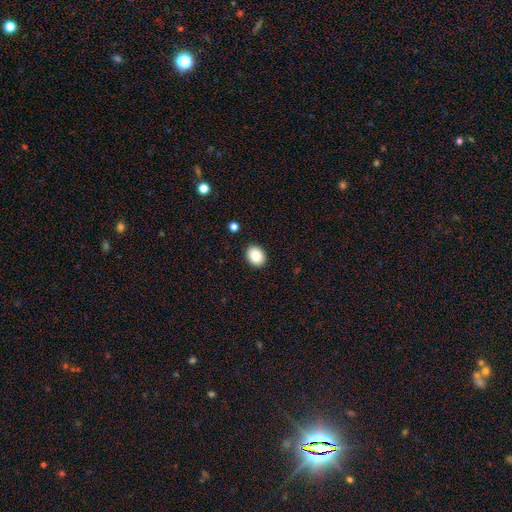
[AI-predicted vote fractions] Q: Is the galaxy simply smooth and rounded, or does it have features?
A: smooth — 85%.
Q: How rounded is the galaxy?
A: in between — 55%.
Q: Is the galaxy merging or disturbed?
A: none — 91%.